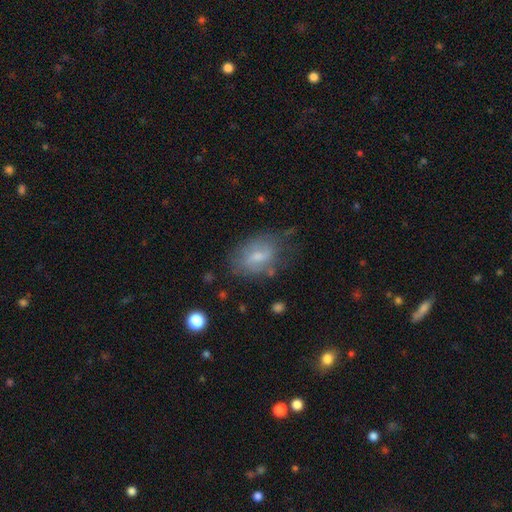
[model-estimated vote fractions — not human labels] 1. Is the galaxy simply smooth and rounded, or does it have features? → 51% smooth, 38% featured or disk, 11% star or artifact.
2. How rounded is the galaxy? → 84% in between, 13% round, 3% cigar-shaped.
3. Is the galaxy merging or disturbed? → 61% none, 26% minor disturbance, 10% major disturbance, 3% merger.